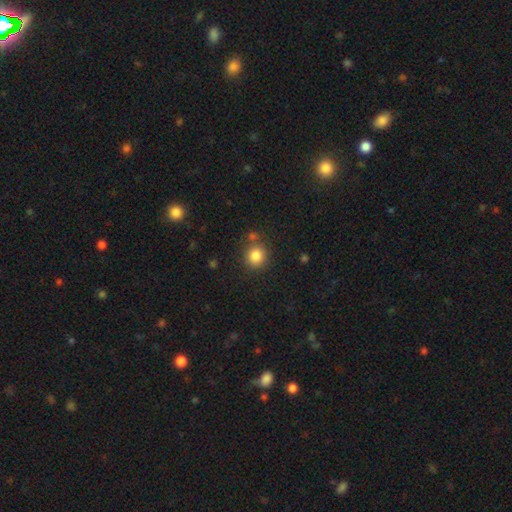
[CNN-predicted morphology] The model was most divided on "merging": none: 77%, merger: 10%, minor disturbance: 10%, major disturbance: 3%. More confident: how rounded — round (88%); smooth or featured — smooth (84%).